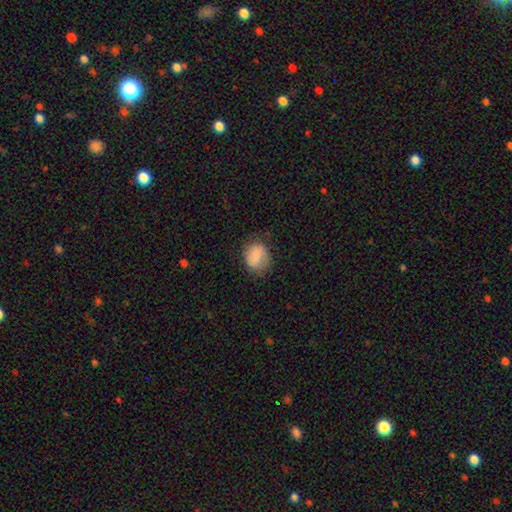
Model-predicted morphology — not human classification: Smooth or featured? Predicted: smooth (p=0.79). How rounded? Predicted: round (p=0.56). Merging? Predicted: none (p=0.66).